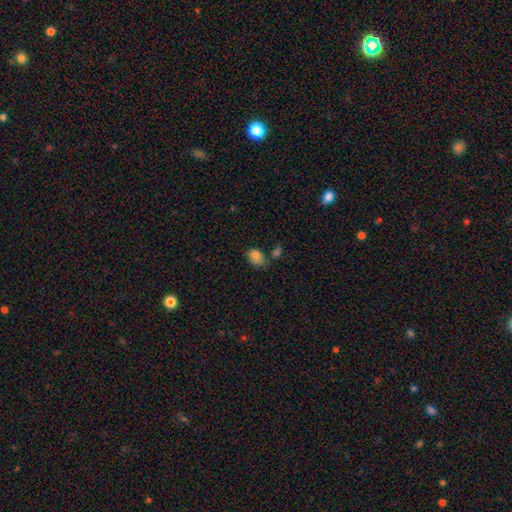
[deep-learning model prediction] Q: Smooth or featured?
A: smooth (82%); runner-up: star or artifact (9%)
Q: How rounded?
A: in between (74%); runner-up: round (25%)
Q: Merging?
A: none (55%); runner-up: minor disturbance (24%)